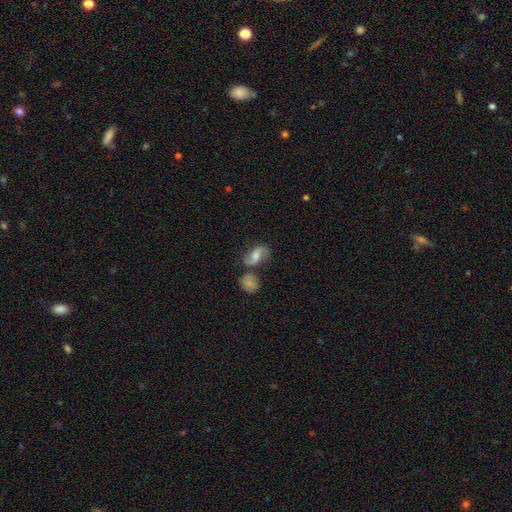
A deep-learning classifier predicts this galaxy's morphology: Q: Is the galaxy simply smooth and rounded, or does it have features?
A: featured or disk — 66%.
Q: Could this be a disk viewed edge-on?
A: no — 95%.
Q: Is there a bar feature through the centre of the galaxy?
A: weak — 44%.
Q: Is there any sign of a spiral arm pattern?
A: yes — 91%.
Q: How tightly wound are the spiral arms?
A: loose — 61%.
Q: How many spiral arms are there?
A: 2 — 90%.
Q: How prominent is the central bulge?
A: moderate — 55%.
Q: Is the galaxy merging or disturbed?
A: none — 61%.